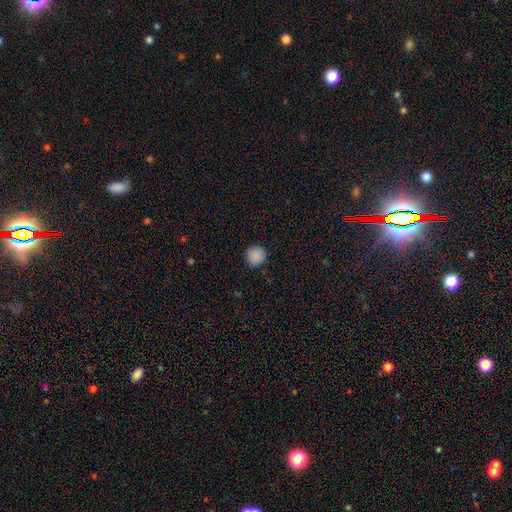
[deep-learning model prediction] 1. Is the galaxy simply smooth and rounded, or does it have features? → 89% smooth, 8% star or artifact, 3% featured or disk.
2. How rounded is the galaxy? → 95% round, 4% in between, 1% cigar-shaped.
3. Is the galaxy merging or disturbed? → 92% none, 5% minor disturbance, 2% major disturbance, 1% merger.